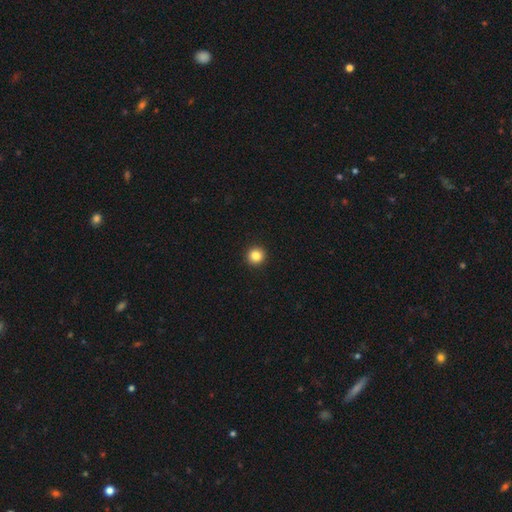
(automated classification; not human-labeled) smooth-or-featured: smooth: 85% | star or artifact: 11% | featured or disk: 4%
  how-rounded: round: 95% | in between: 4% | cigar-shaped: 1%
  merging: none: 94% | minor disturbance: 4% | major disturbance: 1% | merger: 1%